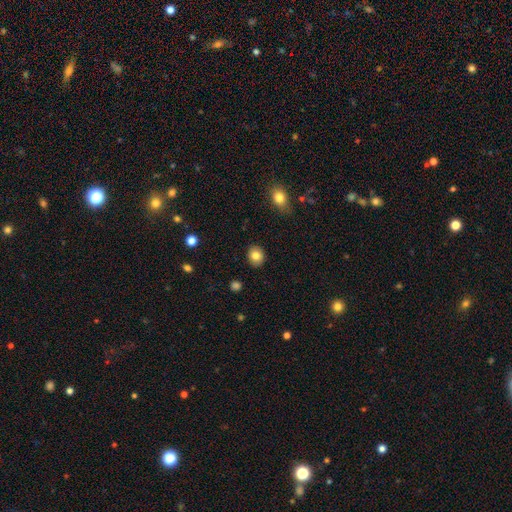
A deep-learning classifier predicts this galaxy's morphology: This is clearly a smooth galaxy (83%). How rounded: likely round (63%). Merging: clearly none (90%).